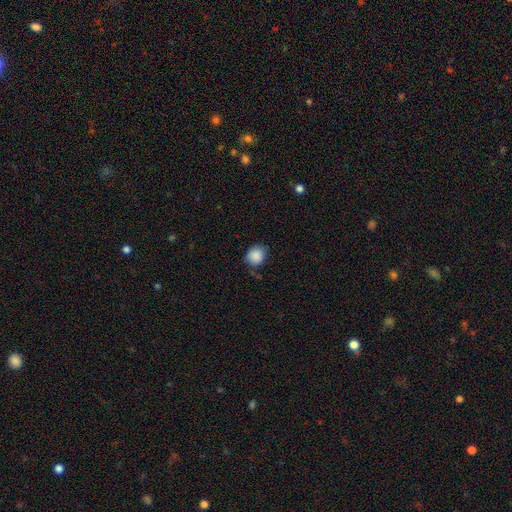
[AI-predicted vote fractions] The model was most divided on "how rounded": round: 72%, in between: 27%, cigar-shaped: 1%. More confident: smooth or featured — smooth (88%); merging — none (75%).